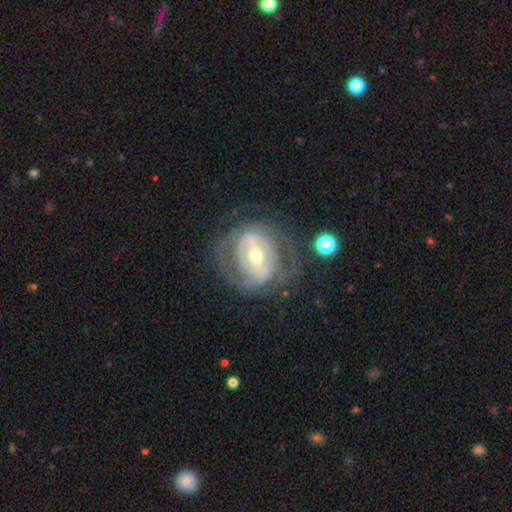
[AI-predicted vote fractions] This is clearly a featured or disk galaxy (80%). It is clearly not viewed edge-on (96%). Bar: marginally strong (43%). Spiral arm pattern: likely yes (69%). Spiral arm count: possibly 2 (45%). Spiral winding: possibly tight (54%). Central bulge: likely moderate (64%). Merging: likely none (66%).